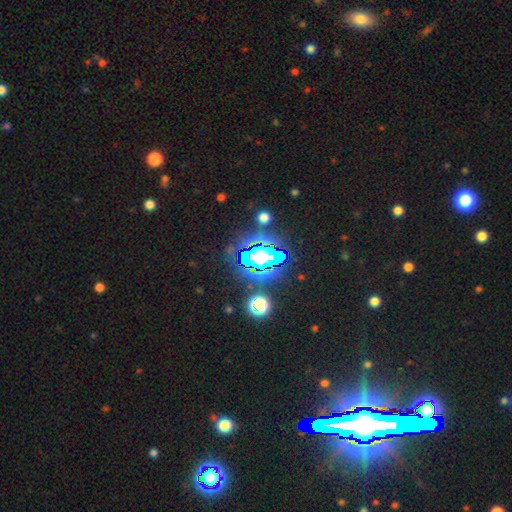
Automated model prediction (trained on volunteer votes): This is likely a star or artifact rather than a galaxy (65%).